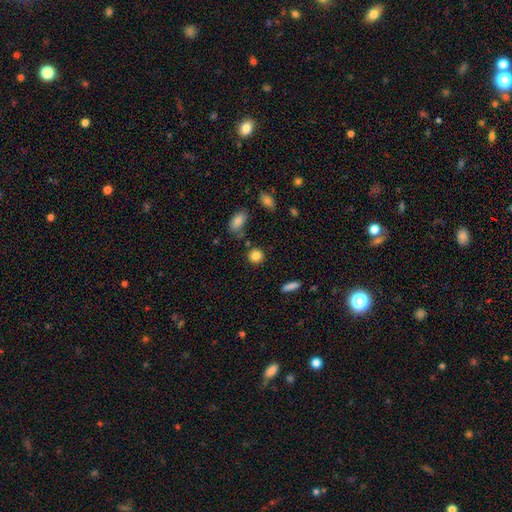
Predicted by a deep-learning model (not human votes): Smooth or featured? Predicted: smooth (p=0.85). How rounded? Predicted: round (p=0.85). Merging? Predicted: none (p=0.82).